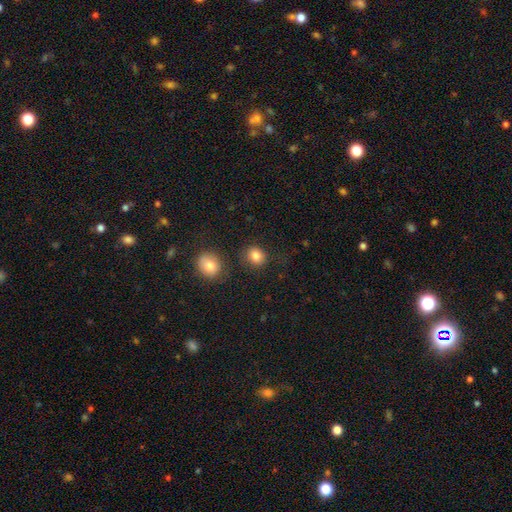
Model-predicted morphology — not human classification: smooth_or_featured: smooth (p=0.84) [alt: star or artifact p=0.11]
how_rounded: round (p=0.74) [alt: in between p=0.25]
merging: none (p=0.82) [alt: minor disturbance p=0.10]